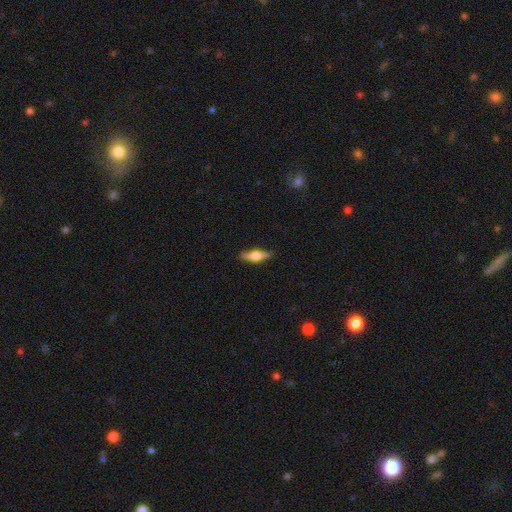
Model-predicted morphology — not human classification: Smooth or featured?
  - featured or disk: 51% *
  - smooth: 43%
  - star or artifact: 6%
Edge-on disk?
  - yes: 93% *
  - no: 7%
Merging?
  - none: 85% *
  - minor disturbance: 11%
  - major disturbance: 2%
  - merger: 1%